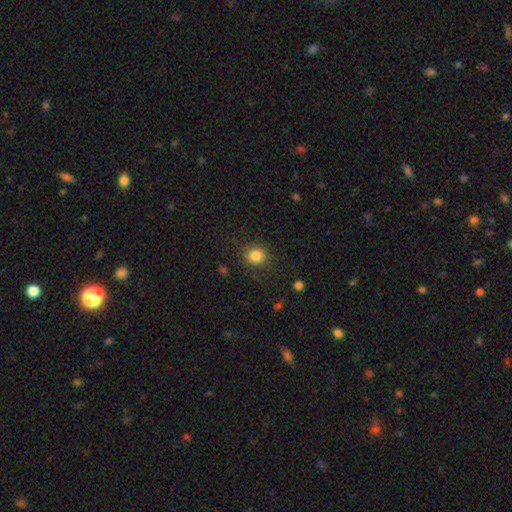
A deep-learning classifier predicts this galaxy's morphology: Overall: smooth (84%). How rounded: round (70%). Merging: none (82%).